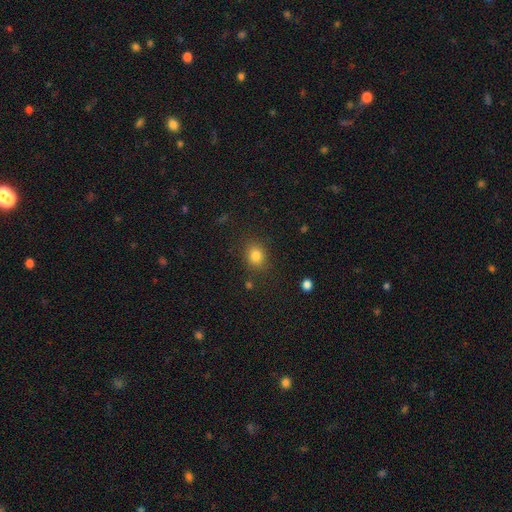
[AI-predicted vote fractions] Smooth or featured?
  - smooth: 82% *
  - star or artifact: 12%
  - featured or disk: 6%
How rounded?
  - round: 61% *
  - in between: 38%
  - cigar-shaped: 1%
Merging?
  - none: 84% *
  - minor disturbance: 10%
  - major disturbance: 4%
  - merger: 2%